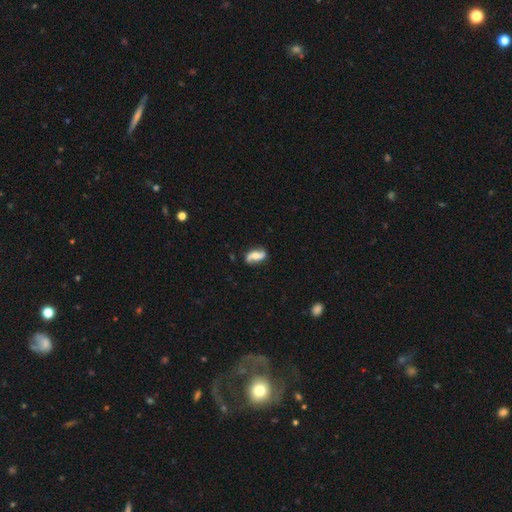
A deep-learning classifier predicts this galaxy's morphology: This appears to be a featured or disk galaxy (70%) with no bar (53%), 2 (92%) loose (72%) spiral arms (93%) and a moderate central bulge (54%). Merging: none (78%).